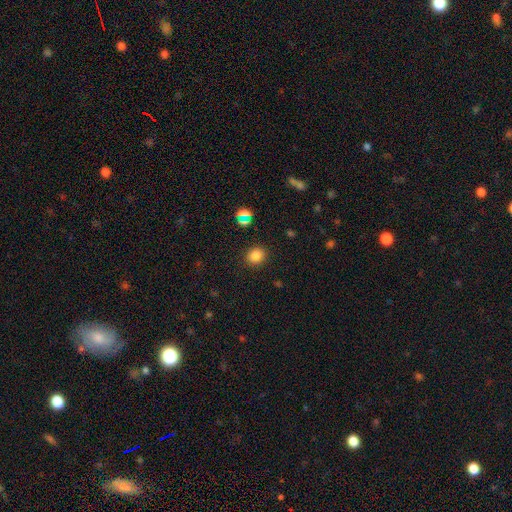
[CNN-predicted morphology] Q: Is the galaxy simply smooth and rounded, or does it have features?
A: smooth — 81%.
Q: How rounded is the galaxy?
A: round — 78%.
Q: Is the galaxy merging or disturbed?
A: none — 88%.